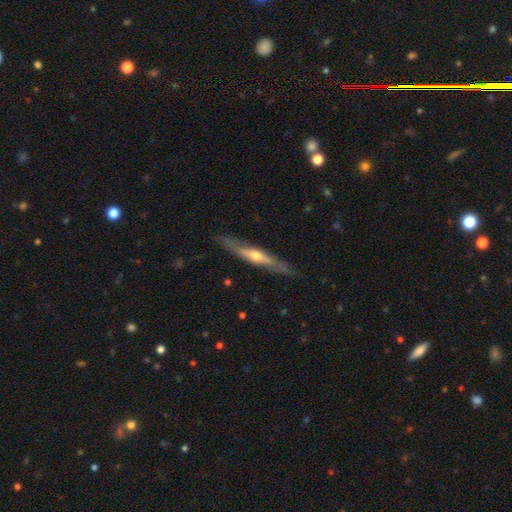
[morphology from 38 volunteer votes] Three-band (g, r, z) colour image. It shows a featured or disk galaxy (71%) viewed edge-on (89%) with a rounded central bulge (92%). Merging: none (78%).